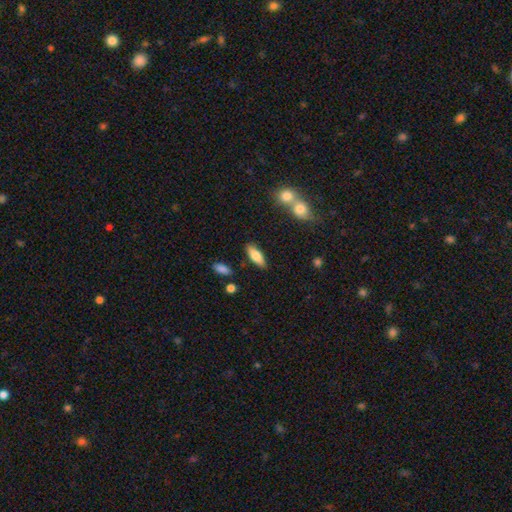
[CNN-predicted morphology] Overall: smooth (76%). How rounded: in between (71%). Merging: none (82%).